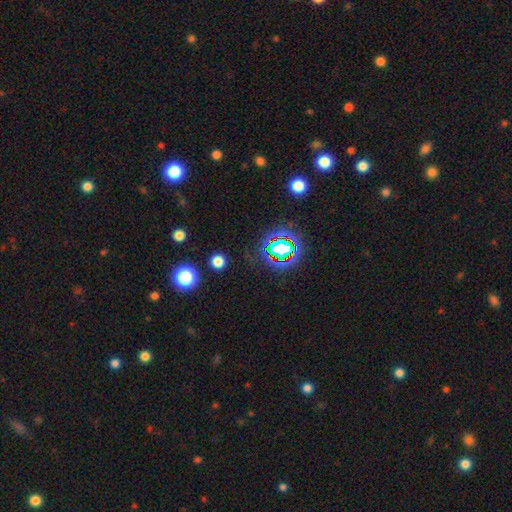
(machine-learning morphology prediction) Smooth or featured: star or artifact — 77% (smooth — 15%)